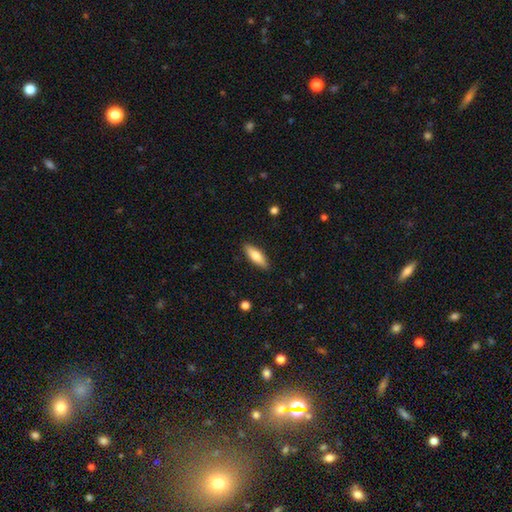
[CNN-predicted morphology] Overall: smooth (72%). How rounded: in between (53%; cigar-shaped 45%). Merging: none (89%).